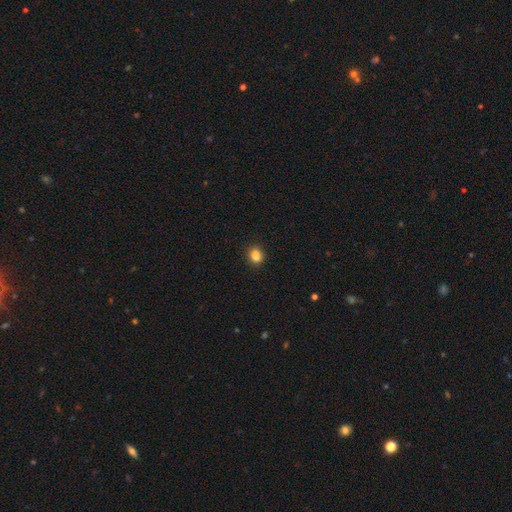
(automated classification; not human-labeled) Morphology: type=smooth (85%); roundness=round (56%); merging=none (84%).